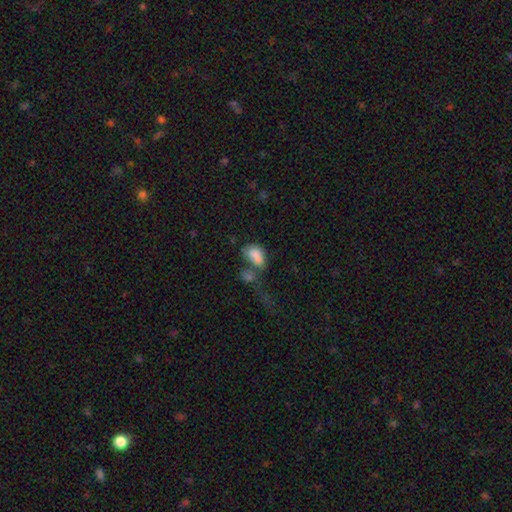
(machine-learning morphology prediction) Overall: smooth (76%). How rounded: in between (85%). Merging: merger (52%; none 19%).